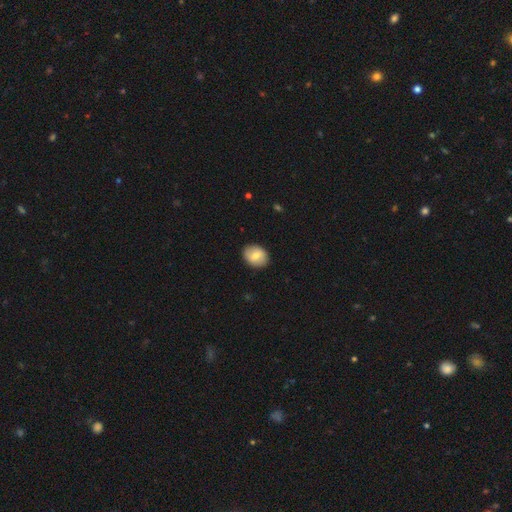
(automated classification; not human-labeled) smooth_or_featured: smooth (p=0.69) [alt: featured or disk p=0.24]
how_rounded: in between (p=0.57) [alt: round p=0.42]
merging: none (p=0.88) [alt: minor disturbance p=0.09]